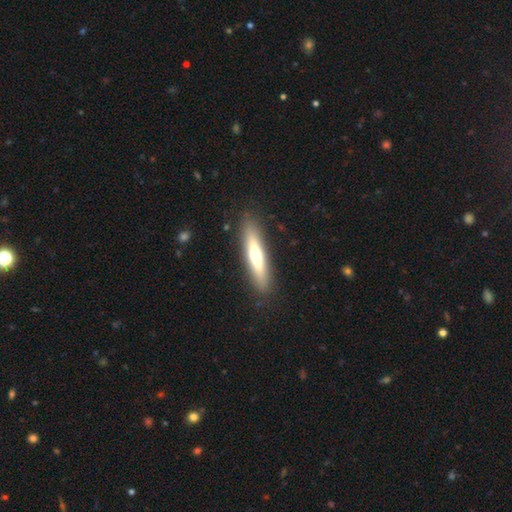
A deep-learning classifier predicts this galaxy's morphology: type=smooth (52%); roundness=cigar-shaped (83%); merging=none (88%).